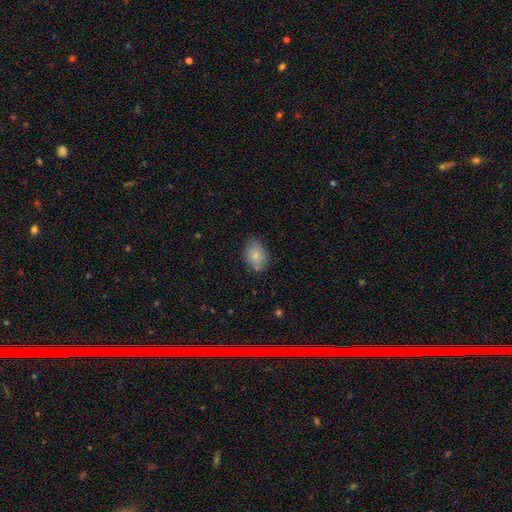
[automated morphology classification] A smooth galaxy with no disk features (79%) that is in between round and cigar-shaped (82%).

Vote fractions:
- Smooth or featured? smooth: 79% / featured or disk: 13% / star or artifact: 7%
- How rounded? in between: 82% / round: 17% / cigar-shaped: 1%
- Merging? none: 73% / minor disturbance: 21% / major disturbance: 4% / merger: 2%